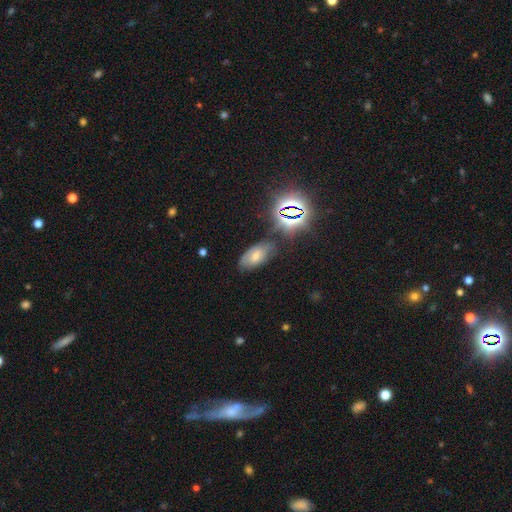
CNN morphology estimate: type=smooth (47%); merging=none (64%).